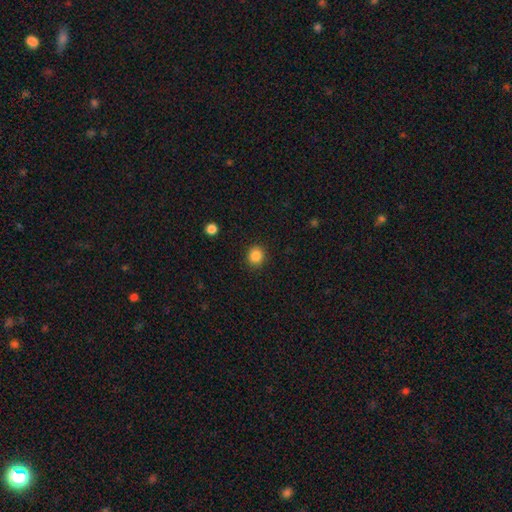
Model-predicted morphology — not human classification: Q: Smooth or featured?
A: smooth (86%); runner-up: star or artifact (10%)
Q: How rounded?
A: round (80%); runner-up: in between (19%)
Q: Merging?
A: none (90%); runner-up: minor disturbance (7%)